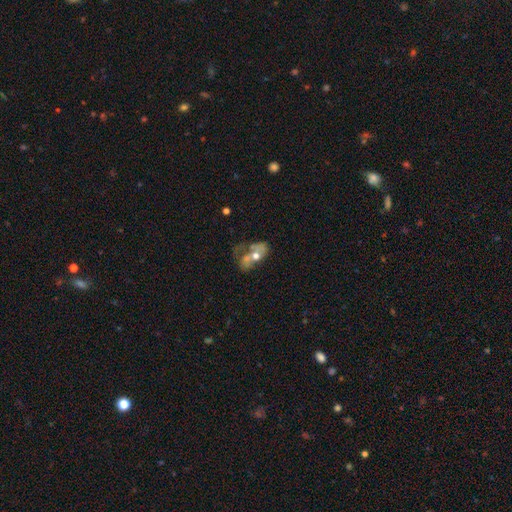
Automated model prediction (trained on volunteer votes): Q: Smooth or featured?
A: featured or disk (53%); runner-up: smooth (38%)
Q: Edge-on disk?
A: no (94%); runner-up: yes (6%)
Q: Merging?
A: merger (45%); runner-up: major disturbance (26%)